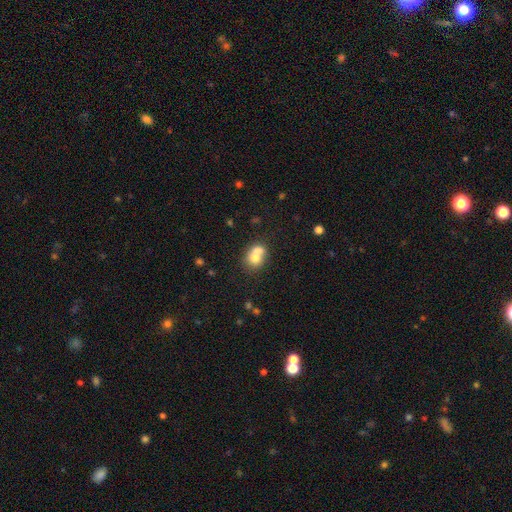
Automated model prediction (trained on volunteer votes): Smooth or featured? smooth (70%)
How rounded? round (61%)
Merging? merger (61%)